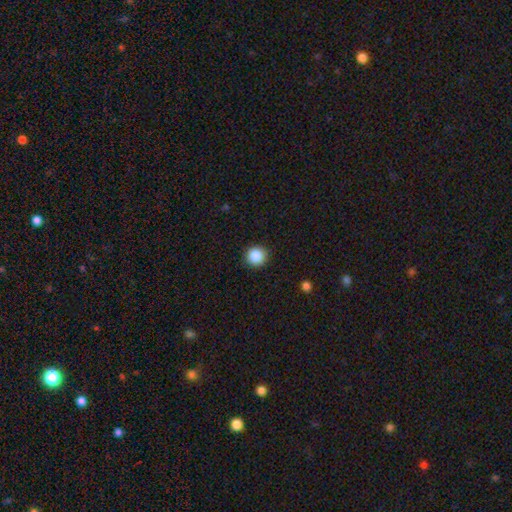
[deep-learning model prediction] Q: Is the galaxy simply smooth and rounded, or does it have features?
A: smooth — 87%.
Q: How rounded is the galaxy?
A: round — 94%.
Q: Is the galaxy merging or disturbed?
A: none — 91%.